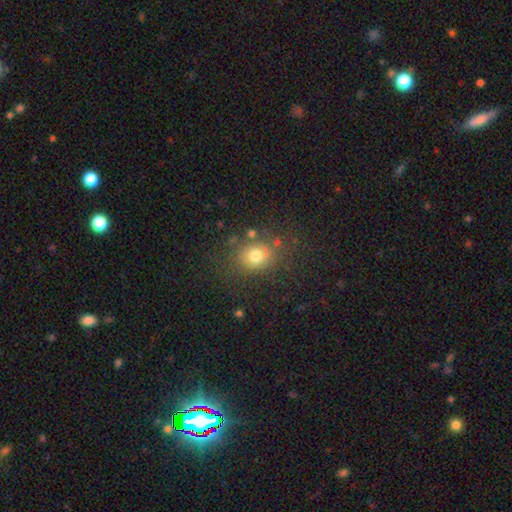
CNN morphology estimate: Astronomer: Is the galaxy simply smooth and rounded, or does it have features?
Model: smooth — 74%.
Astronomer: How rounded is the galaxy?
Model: round — 66%.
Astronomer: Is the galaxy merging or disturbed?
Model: none — 77%.